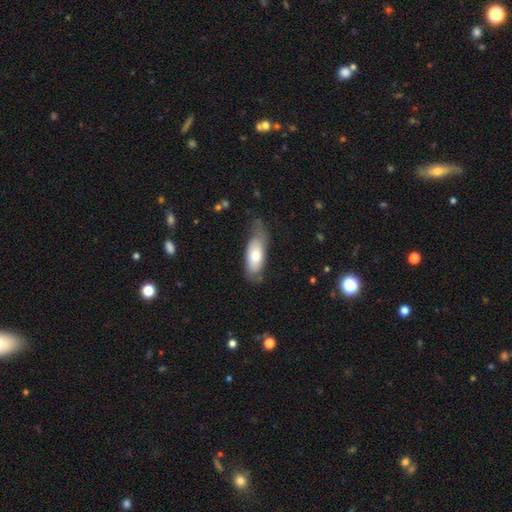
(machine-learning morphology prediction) smooth-or-featured: smooth: 70% | featured or disk: 24% | star or artifact: 6%
  how-rounded: in between: 77% | cigar-shaped: 20% | round: 2%
  merging: none: 50% | minor disturbance: 35% | major disturbance: 13% | merger: 2%